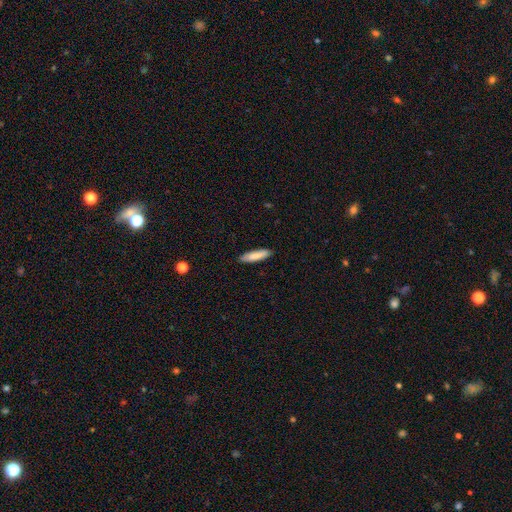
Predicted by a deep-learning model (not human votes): Smooth or featured: smooth — 85% (featured or disk — 10%)
How rounded: cigar-shaped — 73% (in between — 25%)
Merging: none — 88% (minor disturbance — 9%)